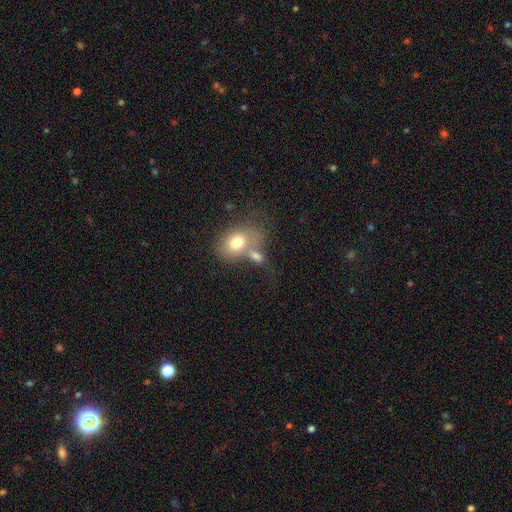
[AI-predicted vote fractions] A smooth galaxy with no disk features (72%) that is in between round and cigar-shaped (71%). Merging: merger (41%).